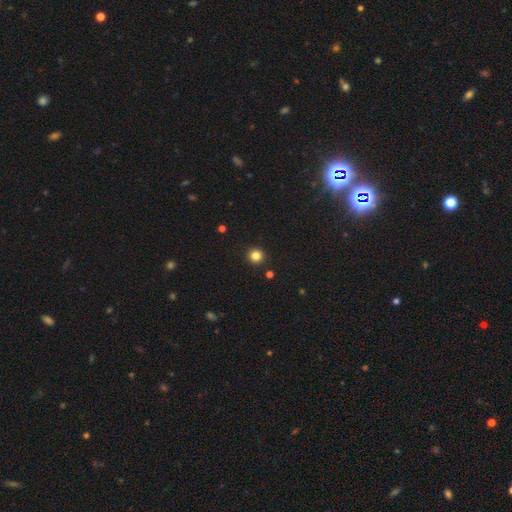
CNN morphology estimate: This is clearly a smooth galaxy (83%). How rounded: clearly round (93%). Merging: clearly none (92%).